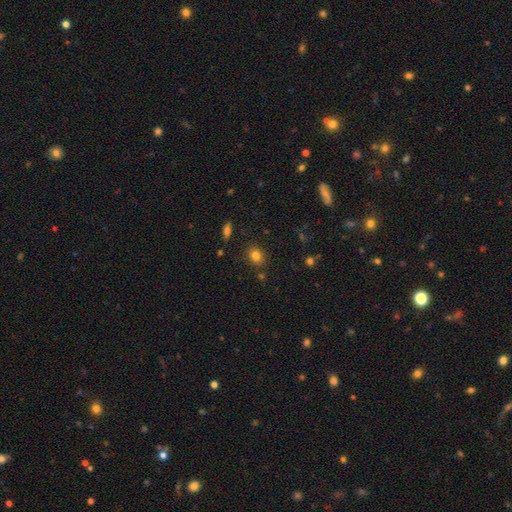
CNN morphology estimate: The model was most divided on "how rounded": in between: 53%, round: 46%, cigar-shaped: 1%. More confident: merging — none (82%); smooth or featured — smooth (81%).